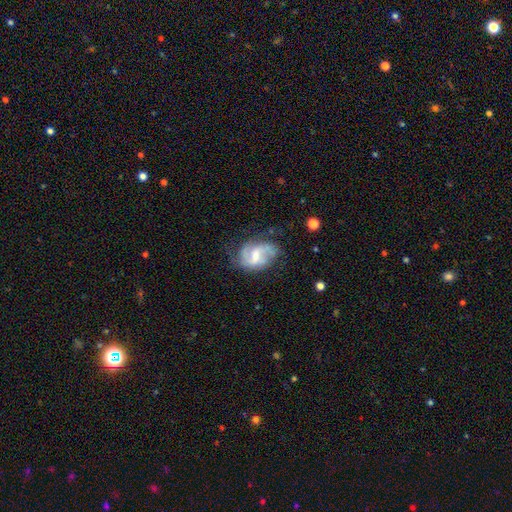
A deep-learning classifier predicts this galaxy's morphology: Smooth or featured: featured or disk — 78% (smooth — 16%)
Edge-on disk: no — 97% (yes — 3%)
Bar: weak — 57% (no — 23%)
Spiral arms: yes — 91% (no — 9%)
Spiral winding: medium — 45% (loose — 38%)
Spiral arm count: 2 — 68% (can't tell — 12%)
Bulge size: moderate — 45% (small — 36%)
Merging: none — 56% (minor disturbance — 25%)